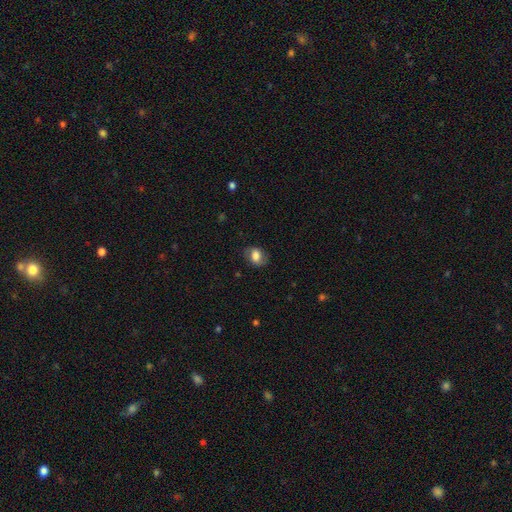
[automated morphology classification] Overall: smooth (65%; featured or disk 26%). How rounded: in between (69%; round 30%). Merging: none (73%).